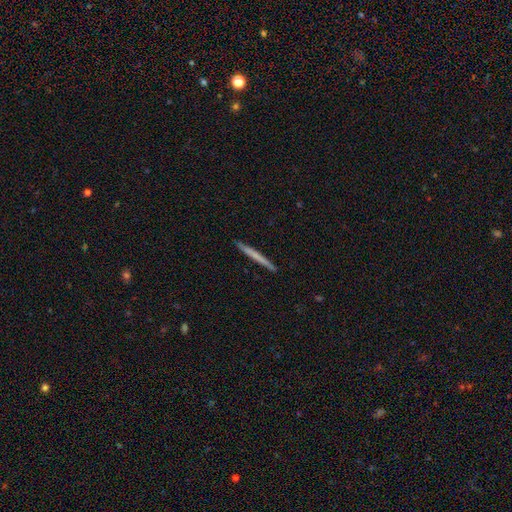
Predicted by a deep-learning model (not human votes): Smooth or featured: smooth — 56% (featured or disk — 39%)
How rounded: cigar-shaped — 97% (in between — 2%)
Merging: none — 92% (minor disturbance — 6%)